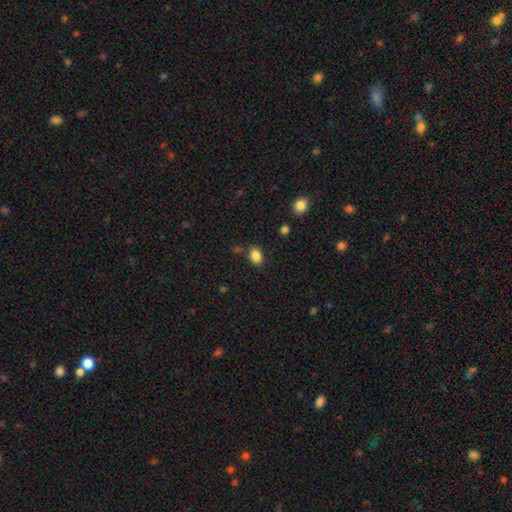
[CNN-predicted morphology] Overall: smooth (85%). How rounded: in between (69%; round 30%). Merging: none (80%).